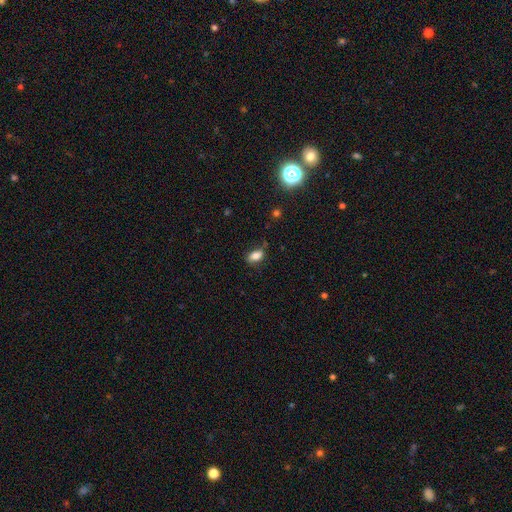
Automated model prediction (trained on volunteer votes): This is clearly a smooth galaxy (83%). How rounded: clearly in between (88%). Merging: likely none (70%).